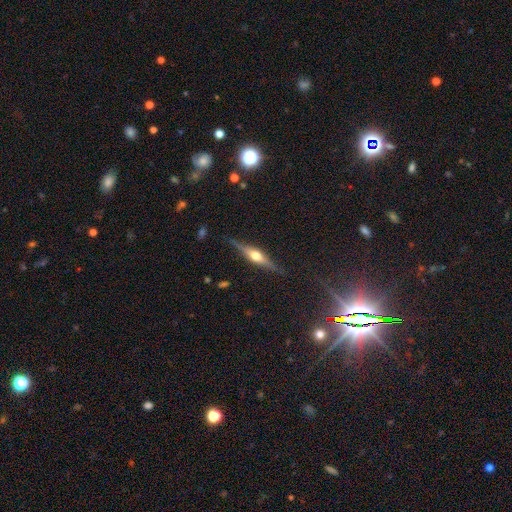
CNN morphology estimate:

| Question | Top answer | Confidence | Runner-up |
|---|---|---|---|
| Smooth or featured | featured or disk | 74% | smooth (19%) |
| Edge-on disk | yes | 97% | no (3%) |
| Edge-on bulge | rounded | 91% | boxy (6%) |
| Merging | none | 86% | minor disturbance (10%) |